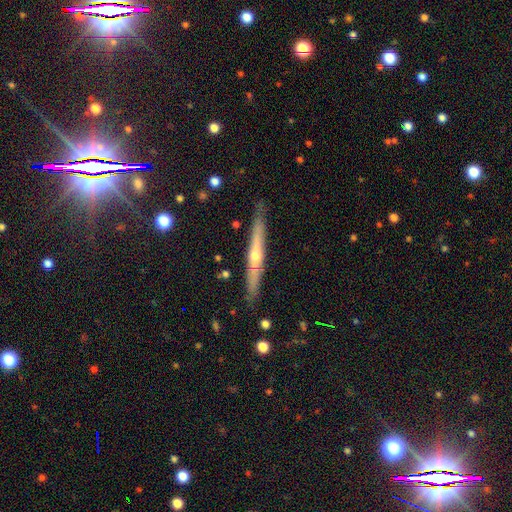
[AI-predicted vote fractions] Smooth or featured?
  - featured or disk: 72% *
  - smooth: 22%
  - star or artifact: 6%
Edge-on disk?
  - yes: 96% *
  - no: 4%
Edge-on bulge?
  - rounded: 78% *
  - none: 19%
  - boxy: 3%
Merging?
  - none: 89% *
  - minor disturbance: 9%
  - major disturbance: 1%
  - merger: 1%